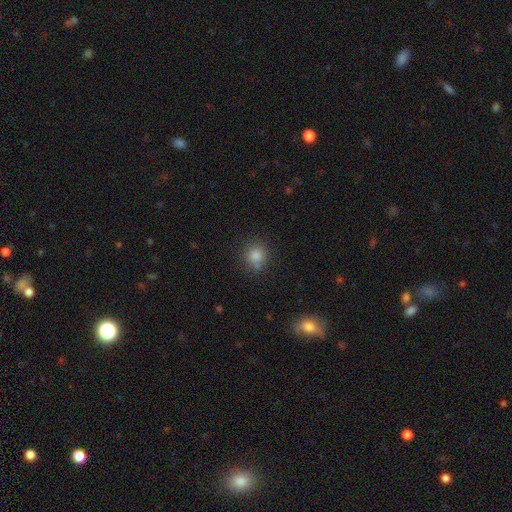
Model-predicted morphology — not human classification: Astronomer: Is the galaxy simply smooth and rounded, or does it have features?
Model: smooth — 81%.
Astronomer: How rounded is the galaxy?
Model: round — 88%.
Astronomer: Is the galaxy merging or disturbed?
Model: none — 76%.